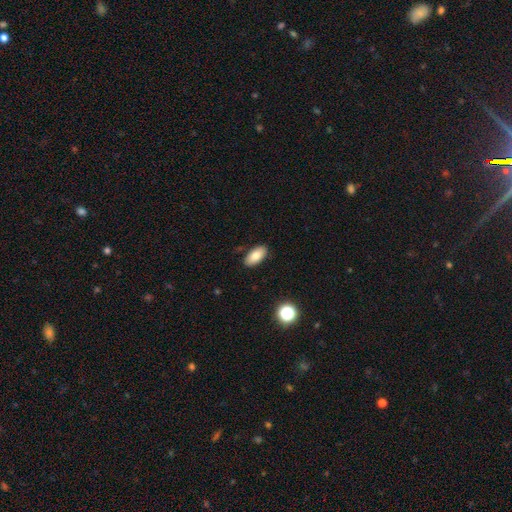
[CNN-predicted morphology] A smooth galaxy with no disk features (82%) that is in between round and cigar-shaped (92%). Merging: none (88%).